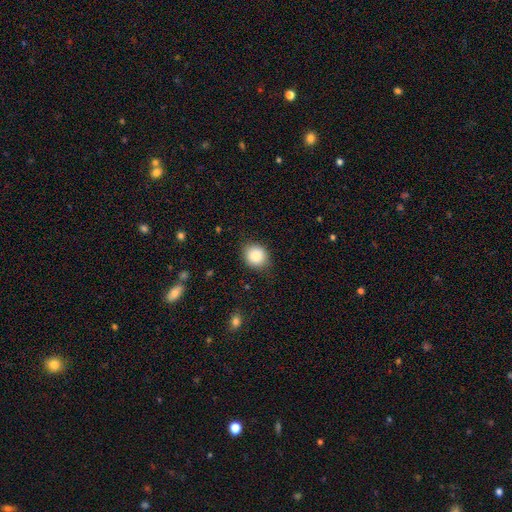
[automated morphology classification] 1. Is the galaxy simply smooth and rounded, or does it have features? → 85% smooth, 9% star or artifact, 6% featured or disk.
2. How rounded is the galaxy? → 74% round, 25% in between, 1% cigar-shaped.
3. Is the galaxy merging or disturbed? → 80% none, 15% minor disturbance, 3% major disturbance, 1% merger.